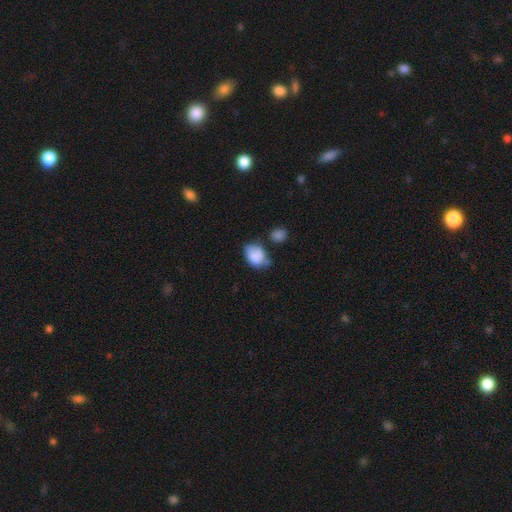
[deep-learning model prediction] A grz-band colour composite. It shows a smooth galaxy with no disk features (81%) that is in between round and cigar-shaped (73%). Merging: none (41%).